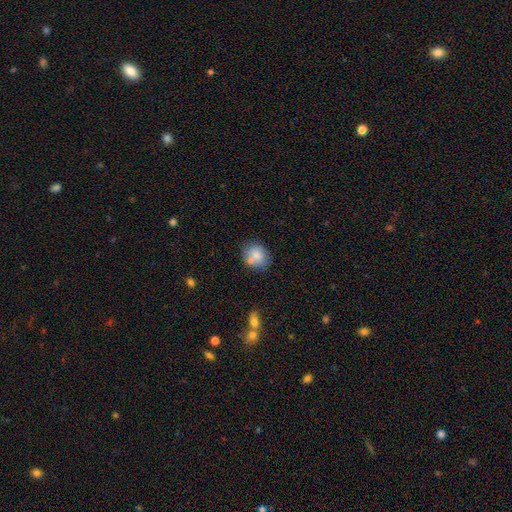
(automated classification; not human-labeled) Smooth or featured? smooth (80%)
How rounded? round (71%)
Merging? none (64%)